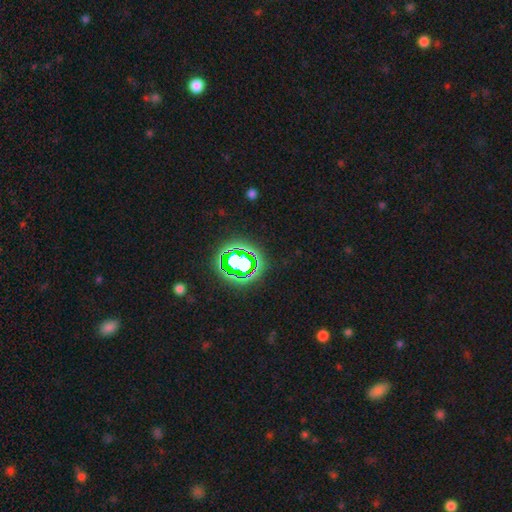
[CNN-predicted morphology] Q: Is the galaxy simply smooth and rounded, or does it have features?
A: star or artifact — 80%.